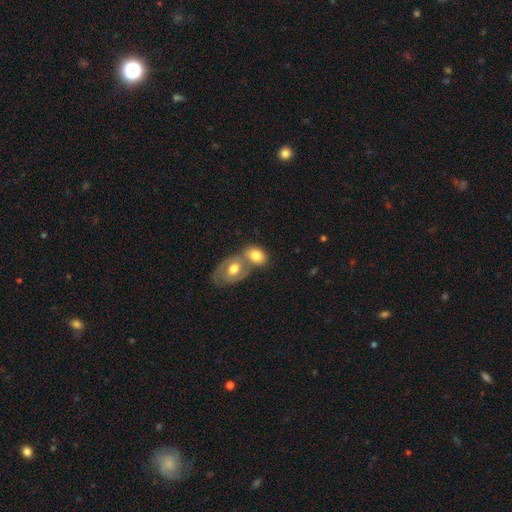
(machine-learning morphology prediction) Q: Smooth or featured?
A: smooth (71%); runner-up: featured or disk (22%)
Q: How rounded?
A: in between (77%); runner-up: round (21%)
Q: Merging?
A: merger (61%); runner-up: none (25%)